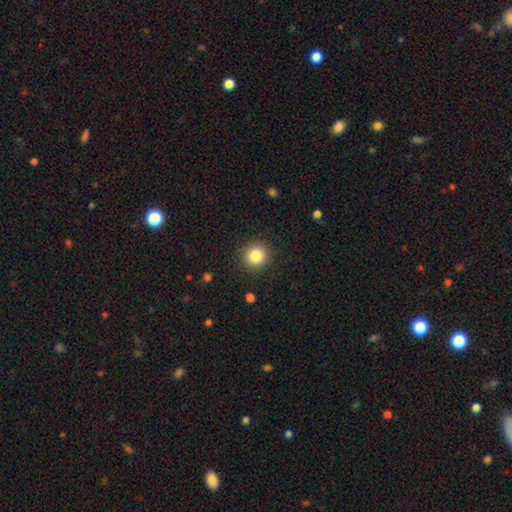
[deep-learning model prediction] Smooth or featured?
  - smooth: 84% *
  - star or artifact: 10%
  - featured or disk: 6%
How rounded?
  - round: 93% *
  - in between: 6%
  - cigar-shaped: 1%
Merging?
  - none: 91% *
  - minor disturbance: 6%
  - major disturbance: 2%
  - merger: 1%